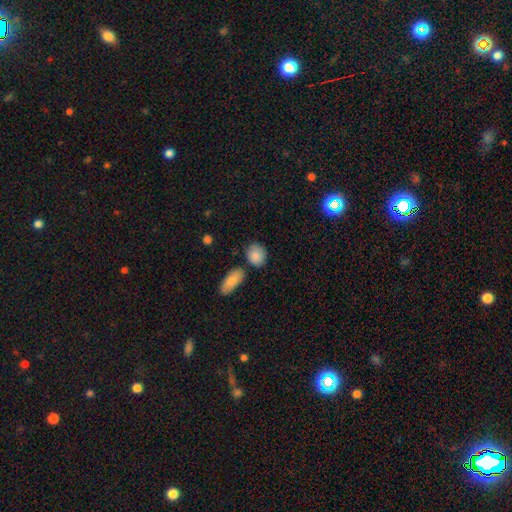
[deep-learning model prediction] The model was most divided on "how rounded": round: 54%, in between: 44%, cigar-shaped: 2%. More confident: smooth or featured — smooth (87%); merging — none (76%).